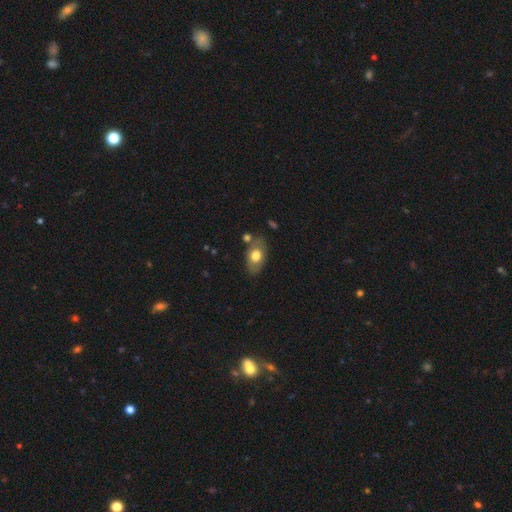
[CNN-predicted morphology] The model was most divided on "smooth or featured": smooth: 67%, featured or disk: 26%, star or artifact: 7%. More confident: how rounded — in between (86%); merging — none (71%).